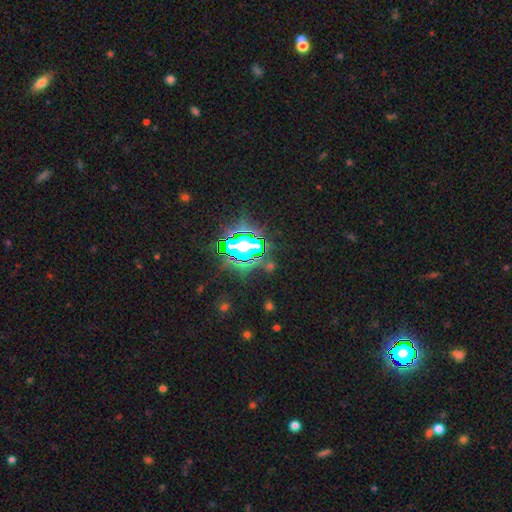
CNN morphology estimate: Smooth or featured: star or artifact — 81% (smooth — 11%)